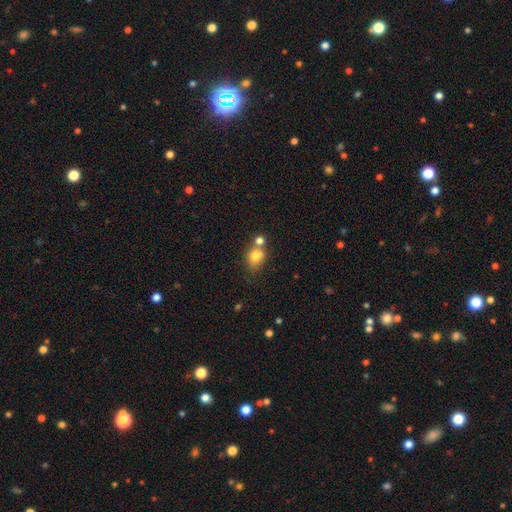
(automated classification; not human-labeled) Smooth or featured? smooth (79%)
How rounded? round (50%)
Merging? none (47%)